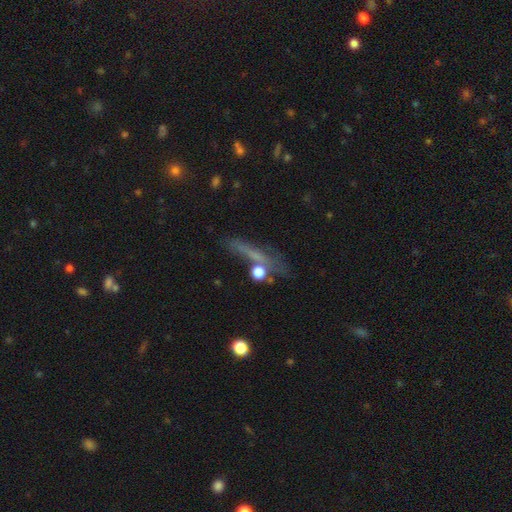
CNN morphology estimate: The model was most divided on "smooth or featured": smooth: 43%, featured or disk: 34%, star or artifact: 23%. More confident: merging — none (55%).